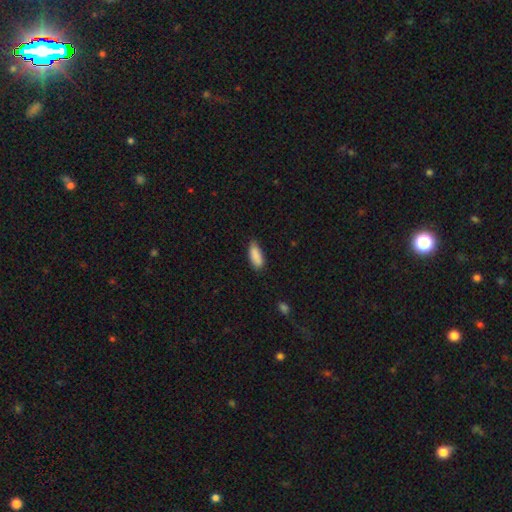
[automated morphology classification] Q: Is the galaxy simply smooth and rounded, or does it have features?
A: smooth — 89%.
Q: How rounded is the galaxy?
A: in between — 75%.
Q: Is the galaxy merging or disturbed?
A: none — 74%.